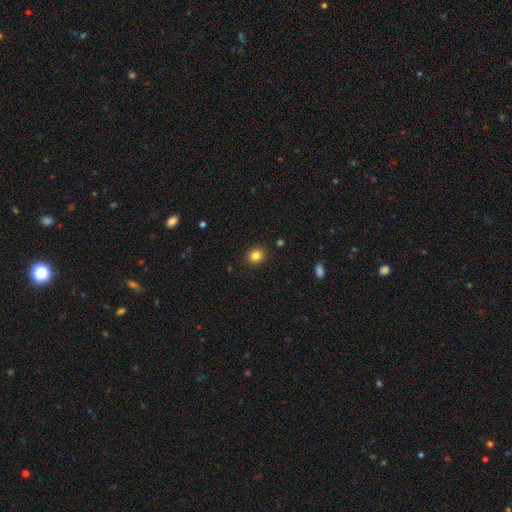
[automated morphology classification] smooth 83%, star or artifact 11%, featured or disk 6%. Down the decision tree: how rounded — round (67%); merging — none (90%).